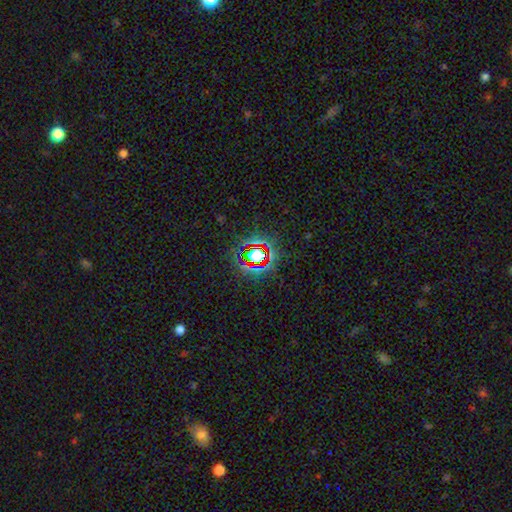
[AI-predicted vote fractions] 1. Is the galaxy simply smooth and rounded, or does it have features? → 71% star or artifact, 18% smooth, 10% featured or disk.